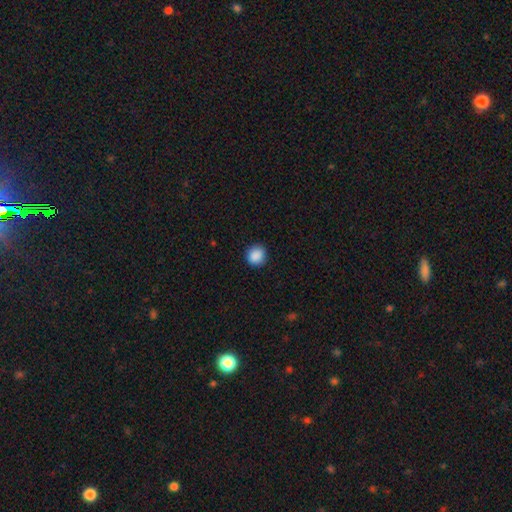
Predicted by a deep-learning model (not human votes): Smooth or featured: smooth — 89% (star or artifact — 9%)
How rounded: round — 86% (in between — 13%)
Merging: none — 89% (minor disturbance — 8%)